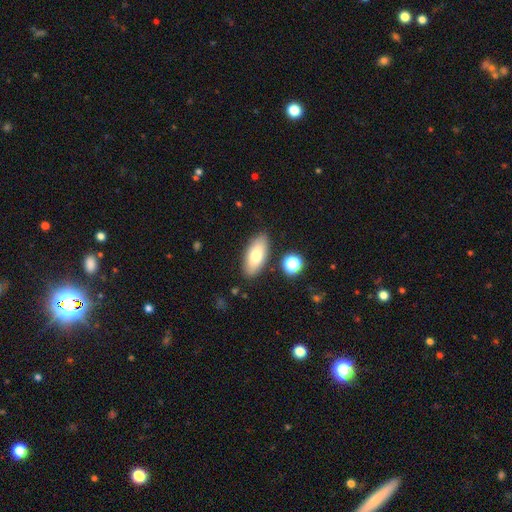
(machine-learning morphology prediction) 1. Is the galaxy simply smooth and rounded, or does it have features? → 75% smooth, 18% featured or disk, 8% star or artifact.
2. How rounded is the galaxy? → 85% in between, 12% cigar-shaped, 3% round.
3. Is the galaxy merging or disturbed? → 84% none, 10% minor disturbance, 3% merger, 3% major disturbance.